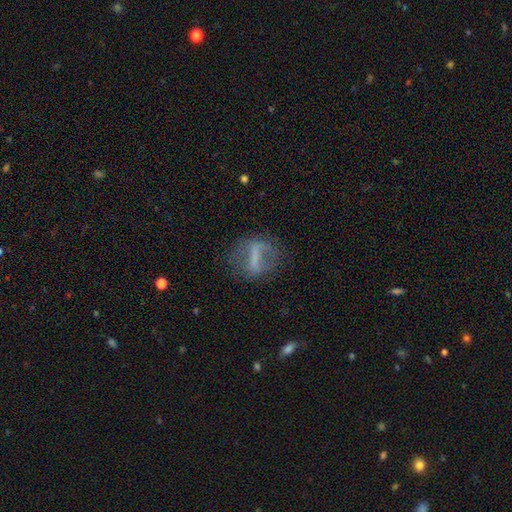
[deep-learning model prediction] This appears to be a featured or disk galaxy (52%). Merging: none (68%).